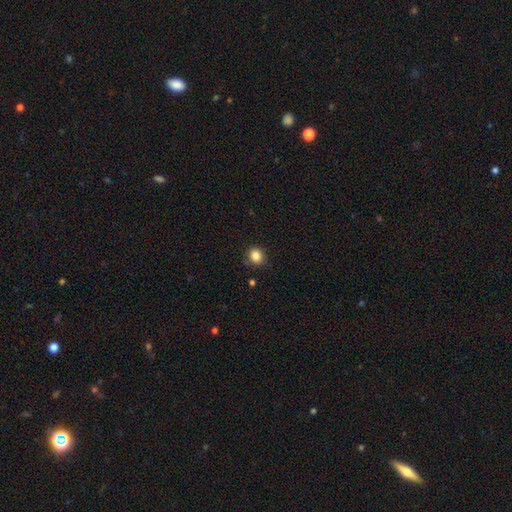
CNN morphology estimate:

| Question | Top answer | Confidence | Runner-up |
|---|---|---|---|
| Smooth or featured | smooth | 85% | star or artifact (11%) |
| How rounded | round | 77% | in between (22%) |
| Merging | none | 84% | minor disturbance (12%) |